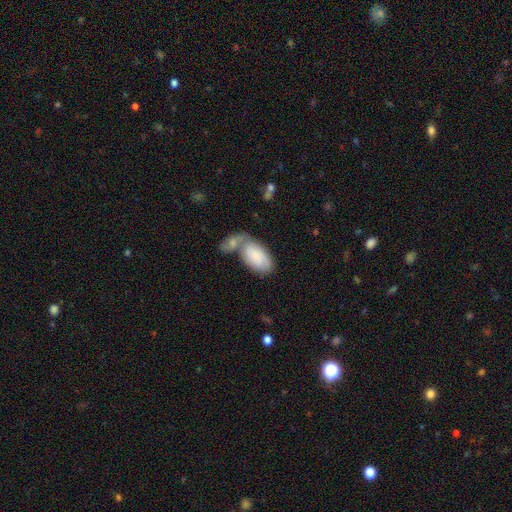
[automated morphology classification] This appears to be a smooth galaxy with no disk features (76%) that is in between round and cigar-shaped (95%). Merging: merger (46%).